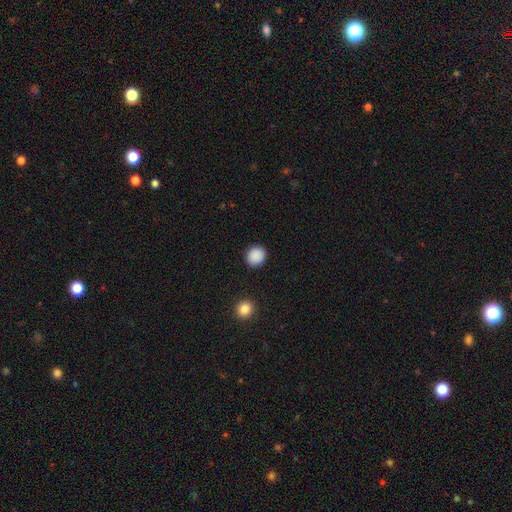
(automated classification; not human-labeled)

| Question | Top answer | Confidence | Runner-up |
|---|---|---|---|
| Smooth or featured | smooth | 89% | star or artifact (9%) |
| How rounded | round | 90% | in between (9%) |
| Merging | none | 91% | minor disturbance (6%) |